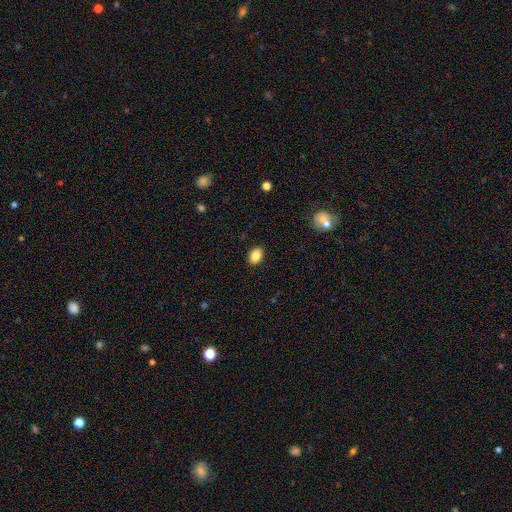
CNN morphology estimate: Smooth or featured? smooth (88%)
How rounded? in between (82%)
Merging? none (89%)